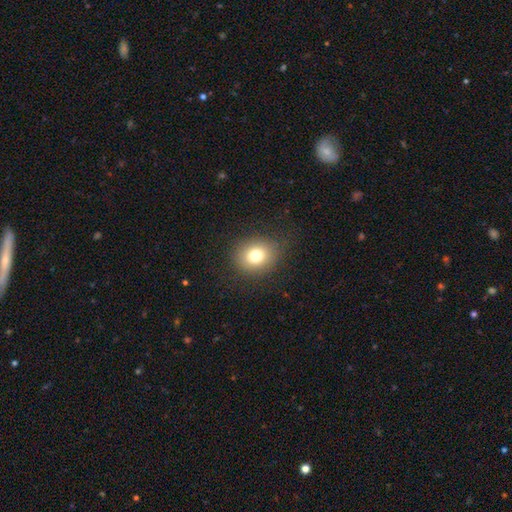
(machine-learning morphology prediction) Smooth or featured? Predicted: smooth (p=0.77). How rounded? Predicted: round (p=0.66). Merging? Predicted: none (p=0.85).